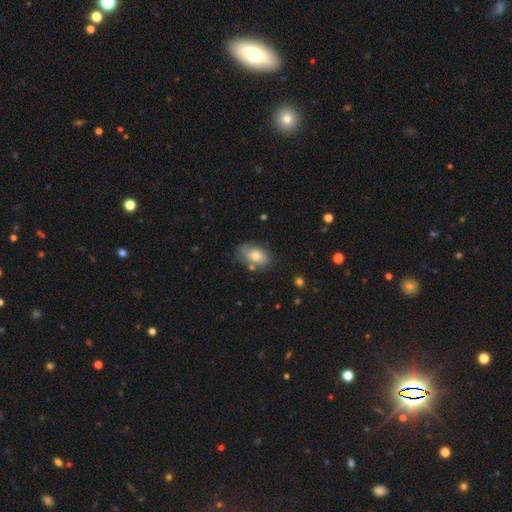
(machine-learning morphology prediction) smooth_or_featured: smooth (p=0.75) [alt: featured or disk p=0.17]
how_rounded: in between (p=0.87) [alt: round p=0.11]
merging: none (p=0.67) [alt: minor disturbance p=0.22]